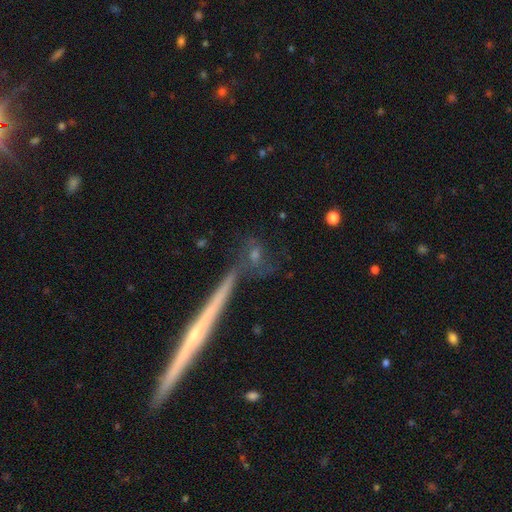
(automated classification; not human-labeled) The model was most divided on "smooth or featured": featured or disk: 44%, smooth: 41%, star or artifact: 15%. More confident: merging — none (67%).